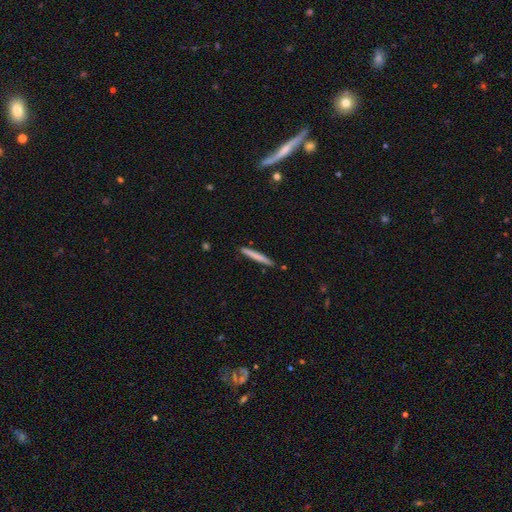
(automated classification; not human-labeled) Smooth or featured?
  - smooth: 71% *
  - featured or disk: 23%
  - star or artifact: 6%
How rounded?
  - cigar-shaped: 97% *
  - in between: 2%
  - round: 1%
Merging?
  - none: 90% *
  - minor disturbance: 7%
  - merger: 2%
  - major disturbance: 1%